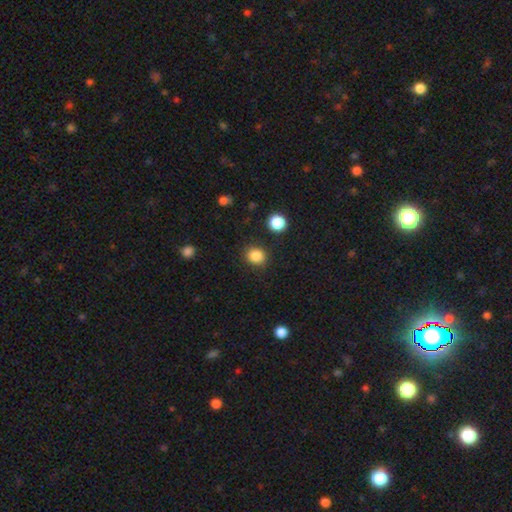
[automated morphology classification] This appears to be a smooth galaxy with no disk features (85%) that is round (74%). Merging: none (86%).